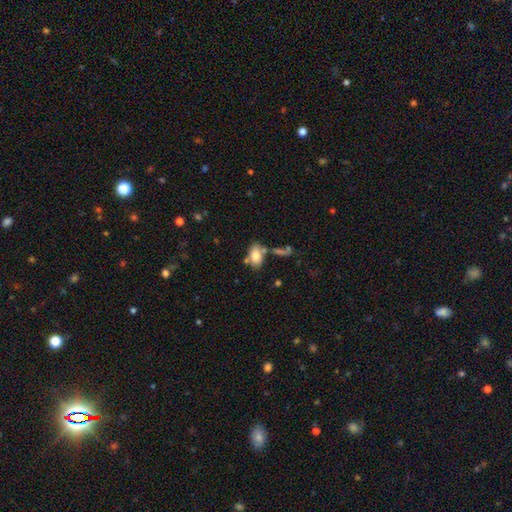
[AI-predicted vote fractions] This appears to be a smooth galaxy with no disk features (79%) that is in between round and cigar-shaped (89%). Merging: none (56%).